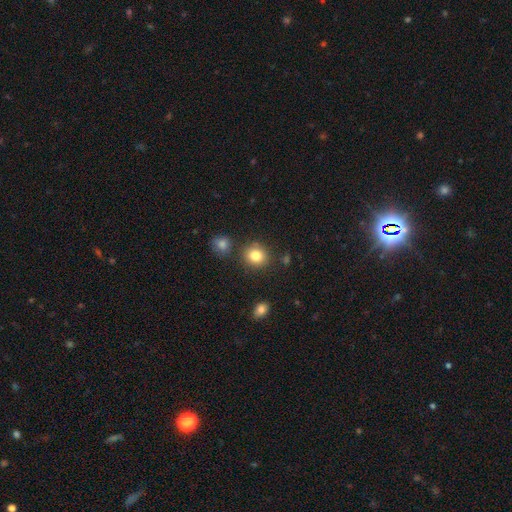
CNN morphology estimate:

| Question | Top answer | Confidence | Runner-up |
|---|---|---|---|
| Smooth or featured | smooth | 83% | star or artifact (10%) |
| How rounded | round | 81% | in between (18%) |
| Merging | none | 82% | minor disturbance (9%) |